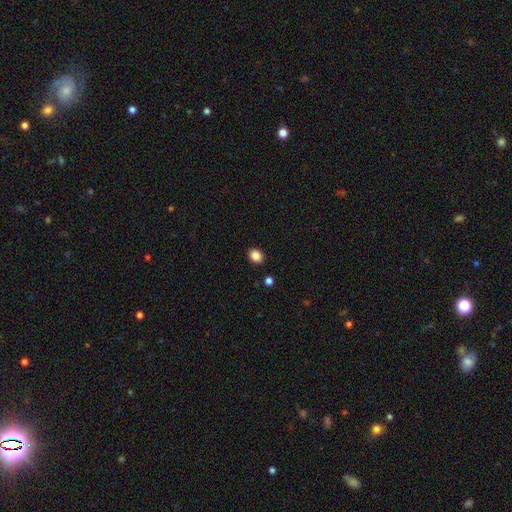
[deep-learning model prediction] smooth_or_featured: smooth (p=0.86) [alt: star or artifact p=0.10]
how_rounded: in between (p=0.50) [alt: round p=0.49]
merging: none (p=0.90) [alt: minor disturbance p=0.07]